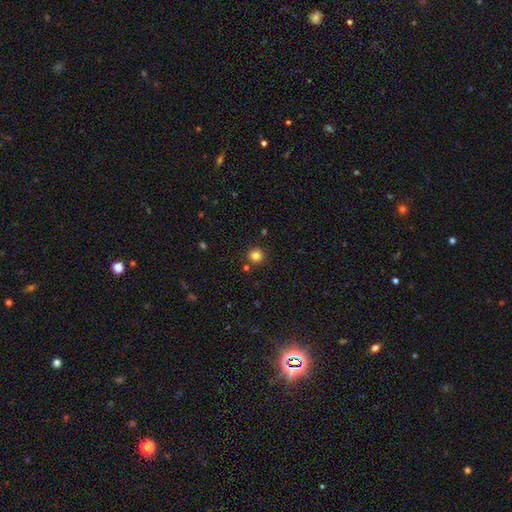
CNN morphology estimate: The model was most divided on "smooth or featured": smooth: 83%, star or artifact: 13%, featured or disk: 5%. More confident: how rounded — round (94%); merging — none (87%).